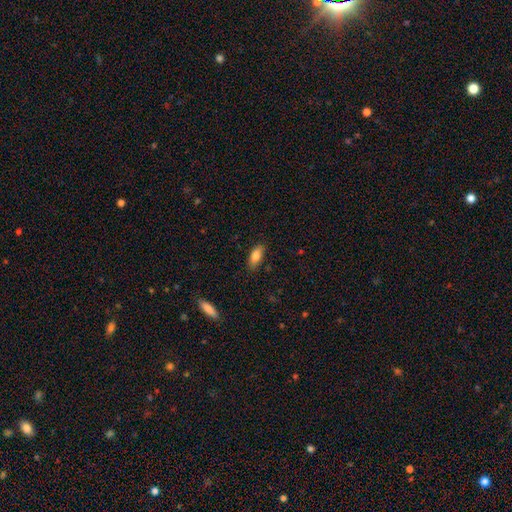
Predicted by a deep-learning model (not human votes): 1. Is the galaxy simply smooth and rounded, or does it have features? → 83% smooth, 10% featured or disk, 7% star or artifact.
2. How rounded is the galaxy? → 79% in between, 18% cigar-shaped, 2% round.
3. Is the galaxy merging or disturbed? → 85% none, 12% minor disturbance, 2% major disturbance, 1% merger.